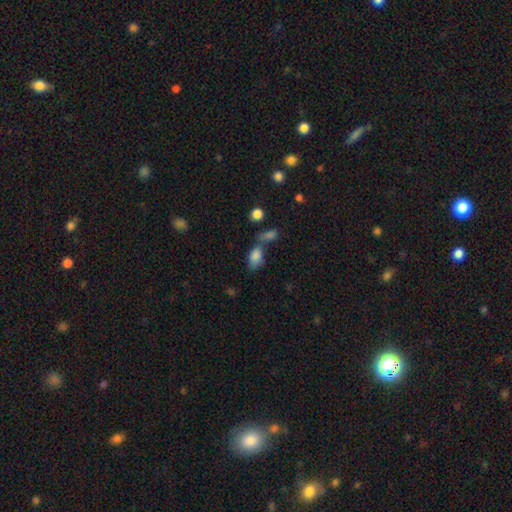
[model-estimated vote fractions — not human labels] Smooth or featured?
  - smooth: 83% *
  - star or artifact: 9%
  - featured or disk: 7%
How rounded?
  - in between: 89% *
  - round: 8%
  - cigar-shaped: 3%
Merging?
  - none: 39% *
  - merger: 38%
  - minor disturbance: 15%
  - major disturbance: 8%